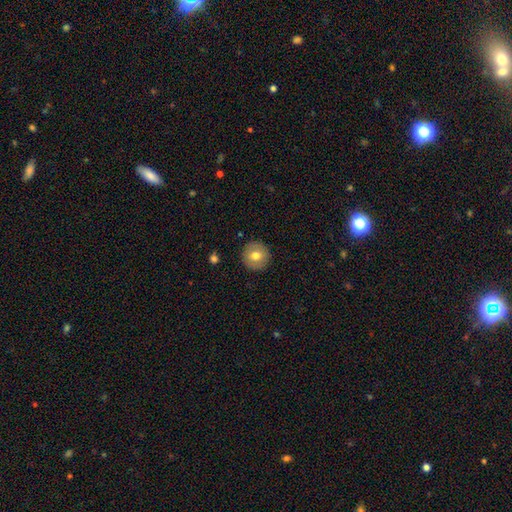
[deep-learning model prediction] Q: Smooth or featured?
A: smooth (73%); runner-up: featured or disk (19%)
Q: How rounded?
A: round (95%); runner-up: in between (4%)
Q: Merging?
A: none (91%); runner-up: minor disturbance (6%)